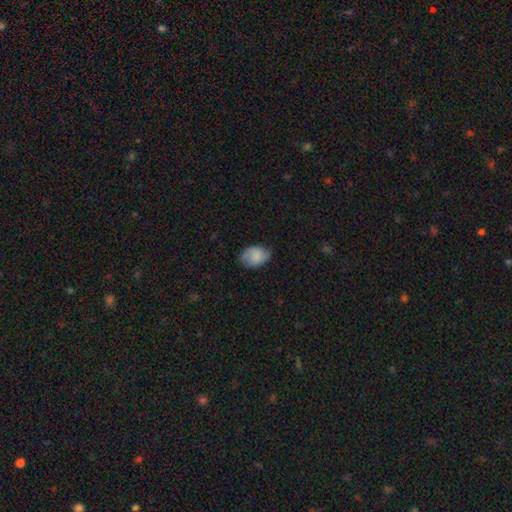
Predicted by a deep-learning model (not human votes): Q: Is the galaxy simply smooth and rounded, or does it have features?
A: smooth — 77%.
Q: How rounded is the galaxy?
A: in between — 78%.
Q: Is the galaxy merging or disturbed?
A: none — 68%.